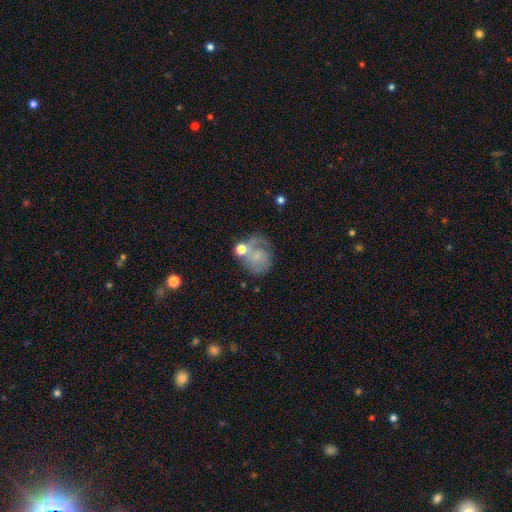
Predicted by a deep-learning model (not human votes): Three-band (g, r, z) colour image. It shows a featured or disk galaxy (55%) with no bar (76%), spiral arms (75%) and a small central bulge (43%). Merging: none (45%).